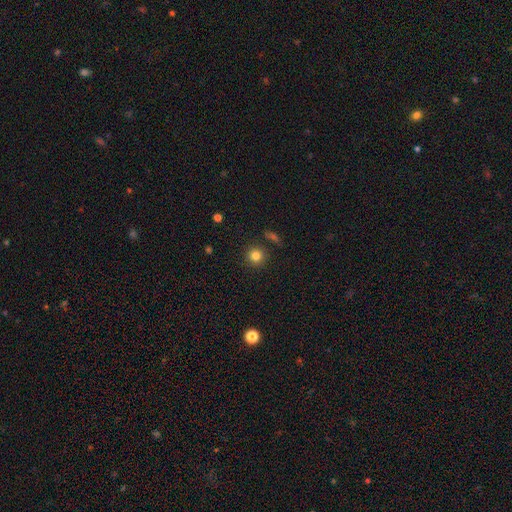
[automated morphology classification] The model was most divided on "smooth or featured": smooth: 81%, star or artifact: 13%, featured or disk: 6%. More confident: how rounded — round (93%); merging — none (87%).